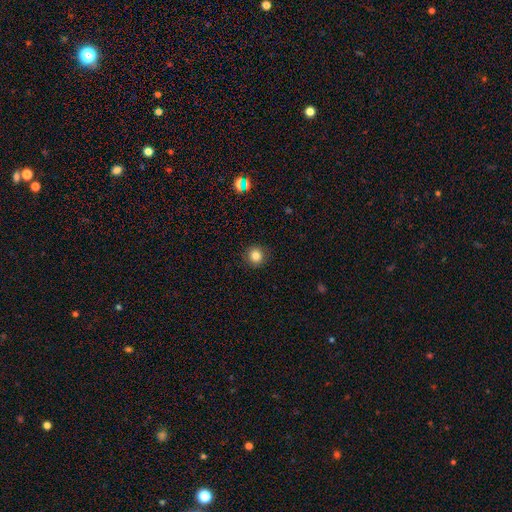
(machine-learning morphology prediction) Smooth or featured: smooth — 82% (star or artifact — 12%)
How rounded: round — 92% (in between — 7%)
Merging: none — 90% (minor disturbance — 7%)